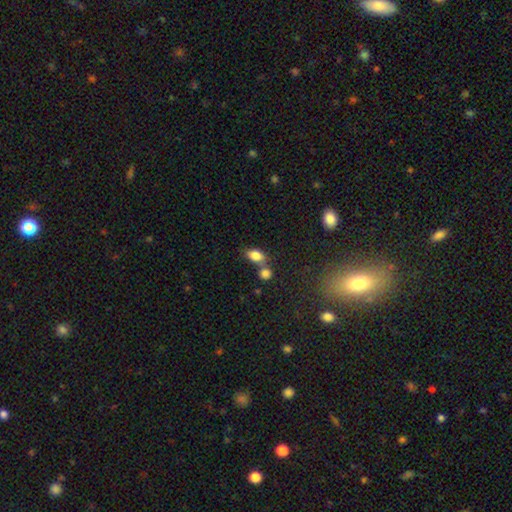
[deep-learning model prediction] Smooth or featured? Predicted: smooth (p=0.82). How rounded? Predicted: in between (p=0.80). Merging? Predicted: none (p=0.46).